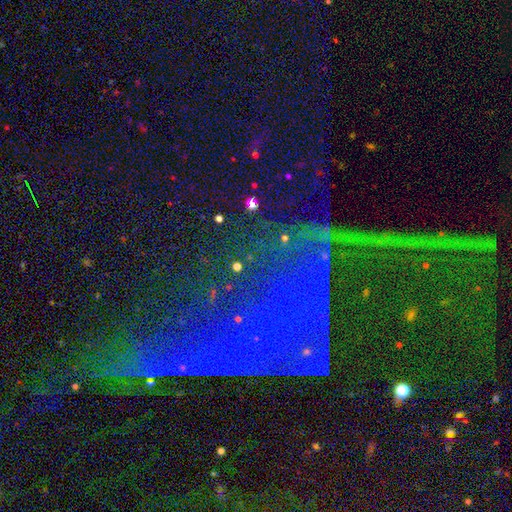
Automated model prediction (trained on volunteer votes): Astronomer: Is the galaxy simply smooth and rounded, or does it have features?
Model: star or artifact — 79%.